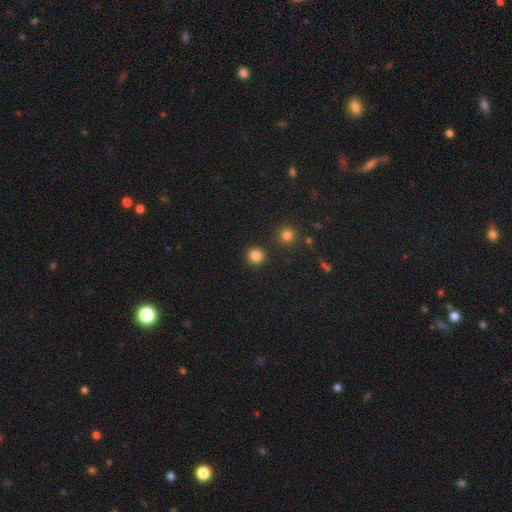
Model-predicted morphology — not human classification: smooth-or-featured: smooth: 84% | star or artifact: 12% | featured or disk: 4%
  how-rounded: round: 94% | in between: 5% | cigar-shaped: 1%
  merging: none: 91% | minor disturbance: 5% | merger: 3% | major disturbance: 2%